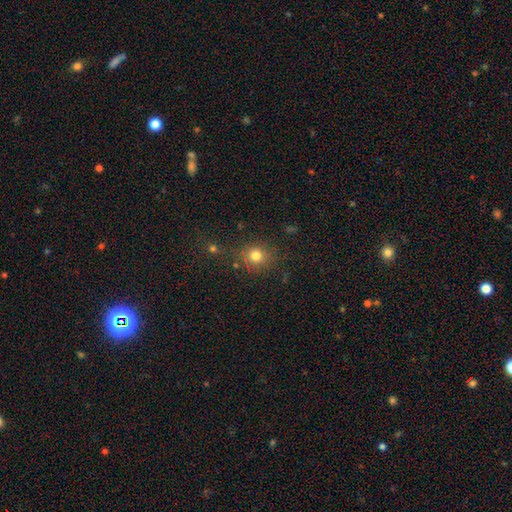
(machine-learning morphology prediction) Smooth or featured?
  - smooth: 76% *
  - star or artifact: 16%
  - featured or disk: 7%
How rounded?
  - round: 84% *
  - in between: 14%
  - cigar-shaped: 1%
Merging?
  - none: 77% *
  - minor disturbance: 11%
  - merger: 7%
  - major disturbance: 5%